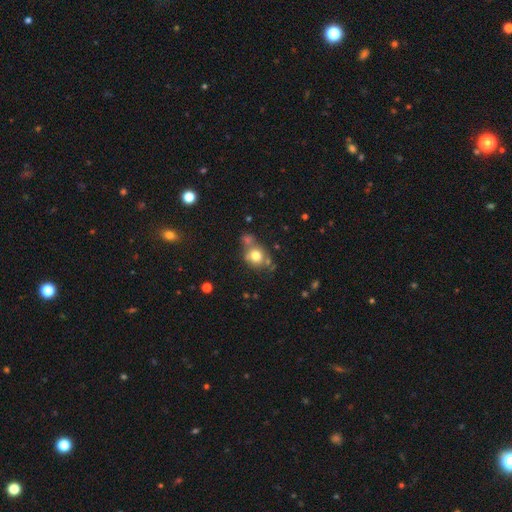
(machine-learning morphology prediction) Overall: smooth (75%). How rounded: round (75%). Merging: none (53%; merger 26%).